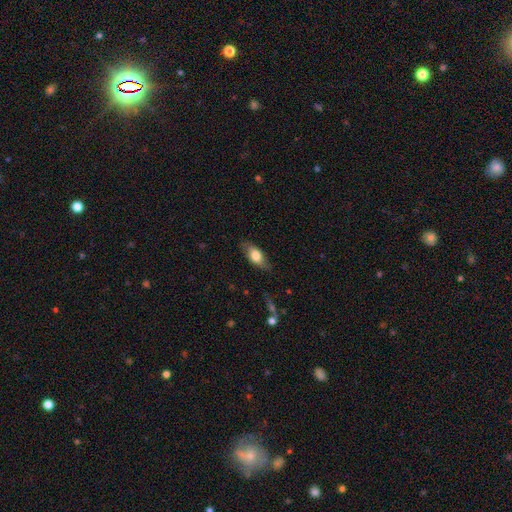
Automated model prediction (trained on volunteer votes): Smooth or featured: smooth — 72% (featured or disk — 21%)
How rounded: in between — 84% (cigar-shaped — 11%)
Merging: none — 77% (minor disturbance — 18%)